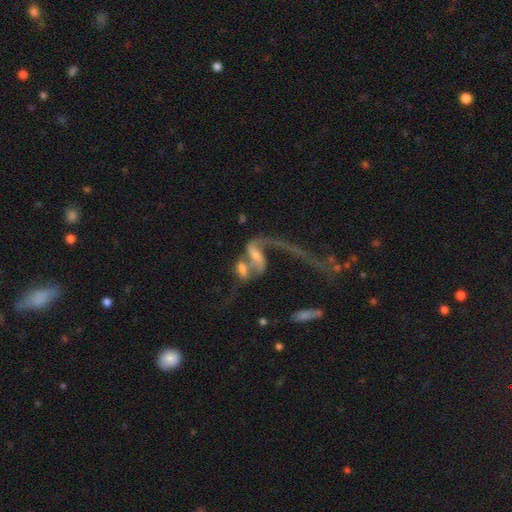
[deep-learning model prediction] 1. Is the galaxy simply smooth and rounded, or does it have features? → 69% featured or disk, 21% smooth, 10% star or artifact.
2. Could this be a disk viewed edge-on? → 93% no, 7% yes.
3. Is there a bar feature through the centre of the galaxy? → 37% no, 34% weak, 29% strong.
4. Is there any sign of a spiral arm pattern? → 73% yes, 27% no.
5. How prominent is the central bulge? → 35% small, 32% moderate, 23% none, 7% large, 2% dominant.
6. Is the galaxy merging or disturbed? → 58% merger, 23% major disturbance, 13% none, 6% minor disturbance.